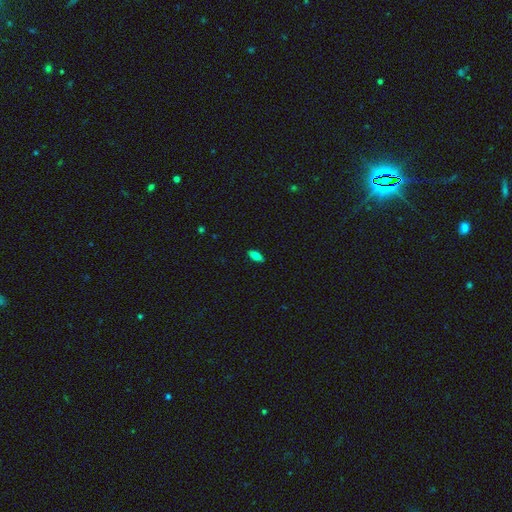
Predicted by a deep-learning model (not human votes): smooth 77%, featured or disk 14%, star or artifact 9%. Down the decision tree: how rounded — in between (83%); merging — none (88%).